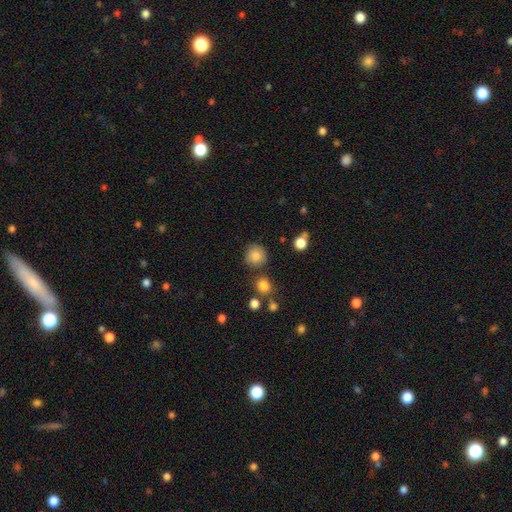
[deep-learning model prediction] A smooth galaxy with no disk features (83%) that is round (90%). Merging: none (77%).